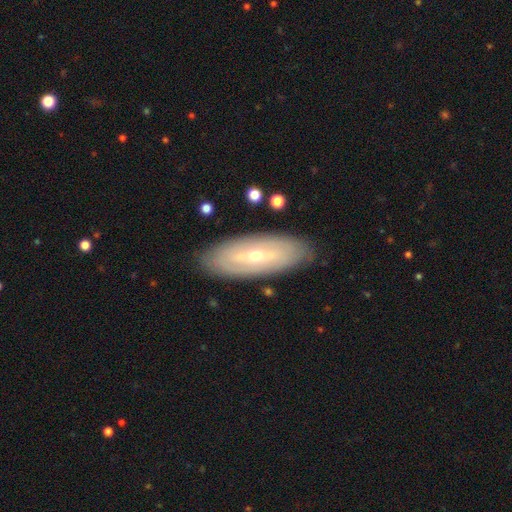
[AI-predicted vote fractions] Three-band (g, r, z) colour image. It shows a featured or disk galaxy (68%) with no bar (45%), spiral arms (54%) and a small central bulge (49%). Merging: none (86%).